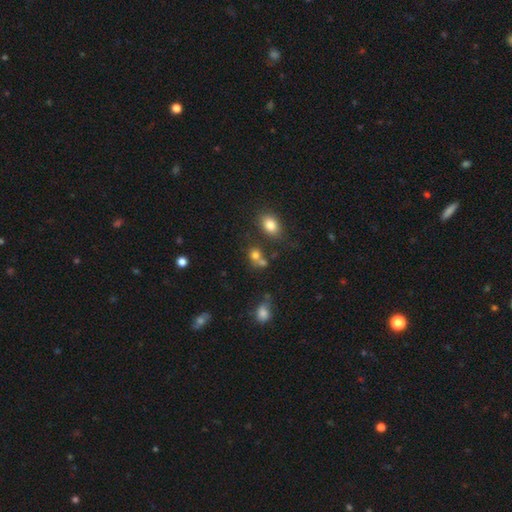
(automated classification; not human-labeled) The model was most divided on "merging": none: 47%, merger: 34%, minor disturbance: 13%, major disturbance: 6%. More confident: smooth or featured — smooth (74%); how rounded — round (56%).